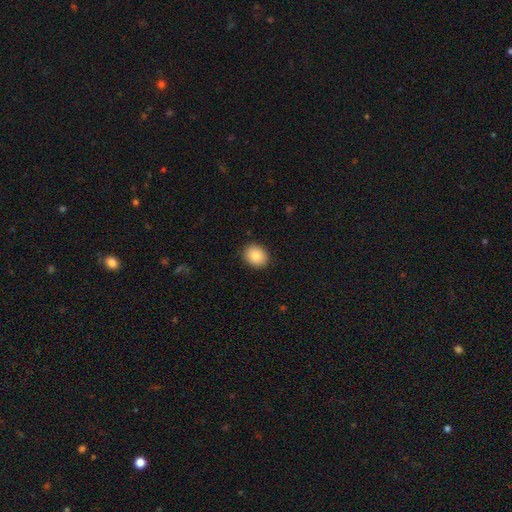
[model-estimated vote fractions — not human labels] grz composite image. It shows a smooth galaxy with no disk features (85%) that is round (55%). Merging: none (90%).